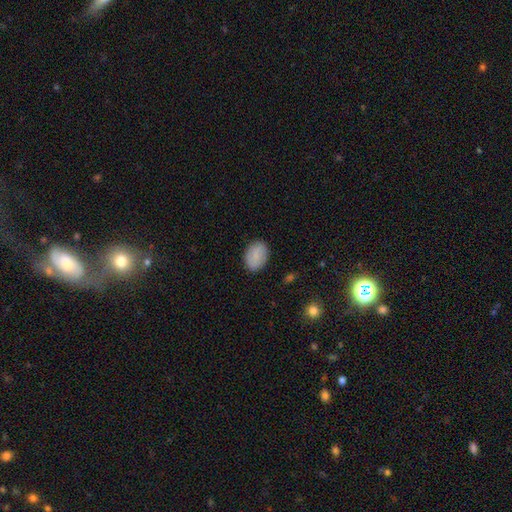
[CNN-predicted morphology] smooth_or_featured: smooth (p=0.81) [alt: featured or disk p=0.12]
how_rounded: in between (p=0.81) [alt: round p=0.18]
merging: none (p=0.87) [alt: minor disturbance p=0.10]